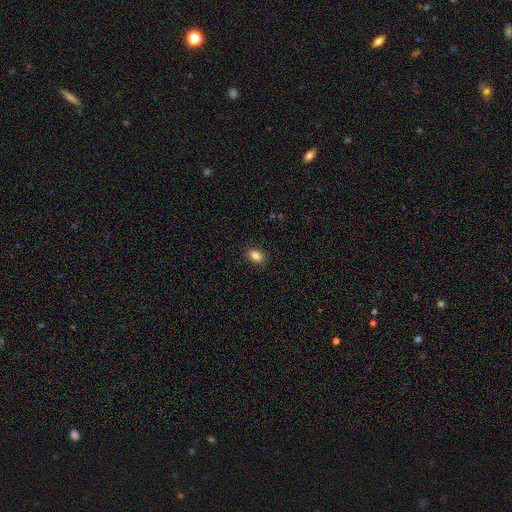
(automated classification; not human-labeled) Smooth or featured? Predicted: smooth (p=0.85). How rounded? Predicted: in between (p=0.82). Merging? Predicted: none (p=0.88).